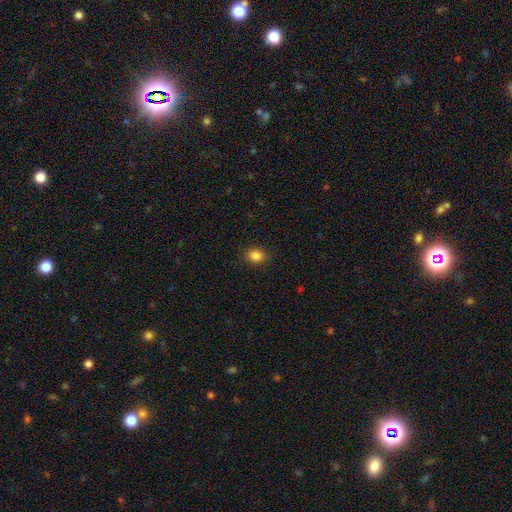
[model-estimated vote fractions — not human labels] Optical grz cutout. It shows a smooth galaxy with no disk features (86%) that is round (53%). Merging: none (89%).